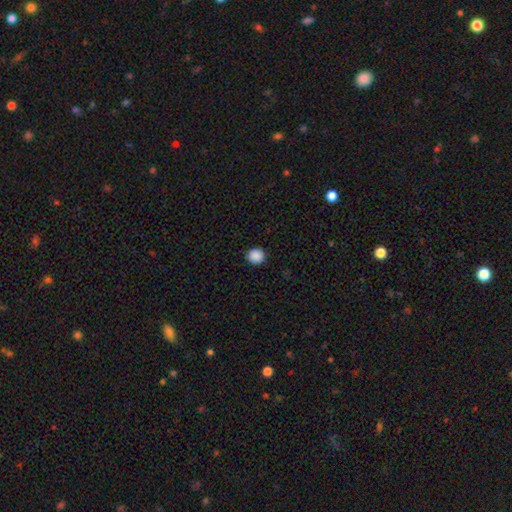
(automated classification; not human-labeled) Smooth or featured: smooth — 89% (star or artifact — 9%)
How rounded: round — 91% (in between — 8%)
Merging: none — 92% (minor disturbance — 5%)